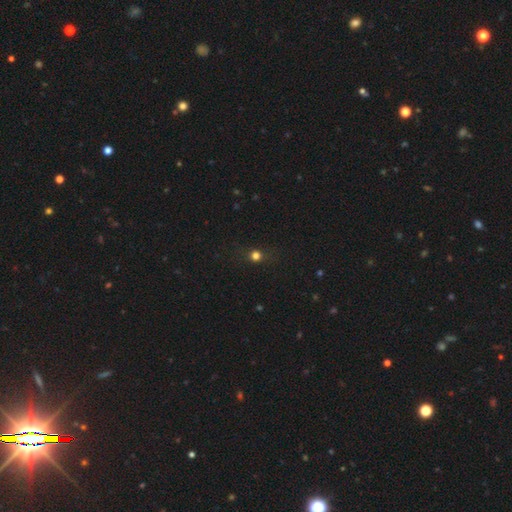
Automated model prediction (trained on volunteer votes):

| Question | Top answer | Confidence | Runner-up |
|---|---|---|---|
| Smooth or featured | smooth | 67% | star or artifact (24%) |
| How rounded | round | 84% | in between (14%) |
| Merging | none | 82% | minor disturbance (11%) |